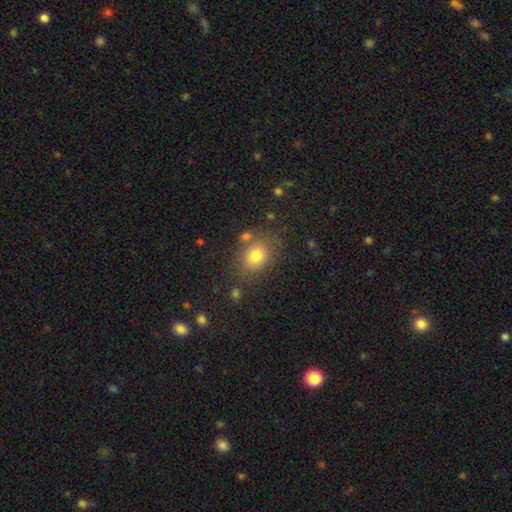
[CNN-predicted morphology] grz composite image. It shows a smooth galaxy with no disk features (78%) that is in between round and cigar-shaped (54%). Merging: none (74%).